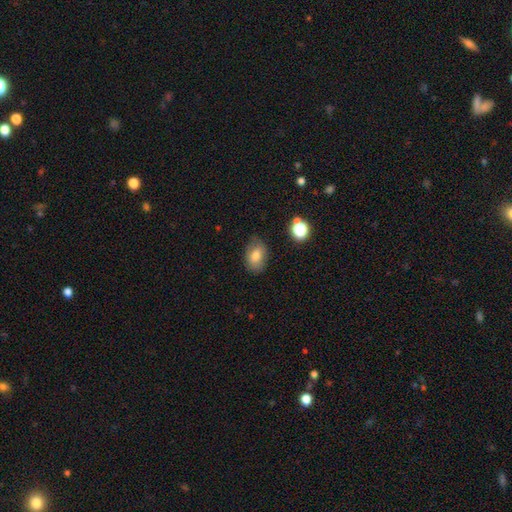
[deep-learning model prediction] A smooth galaxy with no disk features (76%) that is in between round and cigar-shaped (83%). Merging: none (75%).